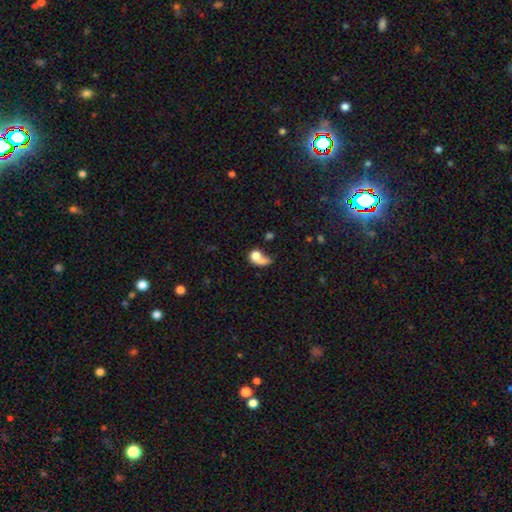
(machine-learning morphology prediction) This is likely a smooth galaxy (66%). How rounded: possibly in between (50%). Merging: marginally merger (34%).